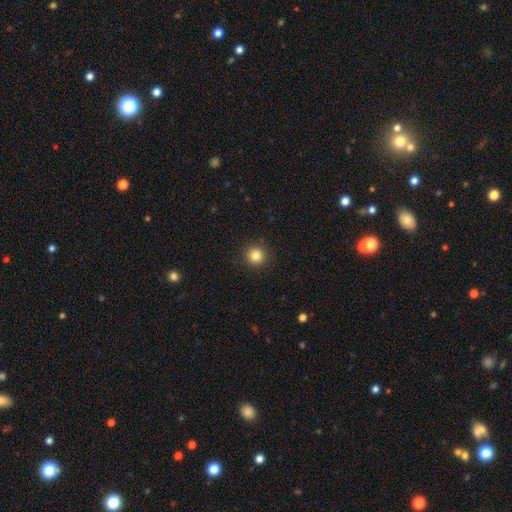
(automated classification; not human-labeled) The model was most divided on "smooth or featured": smooth: 83%, star or artifact: 12%, featured or disk: 5%. More confident: how rounded — round (95%); merging — none (92%).